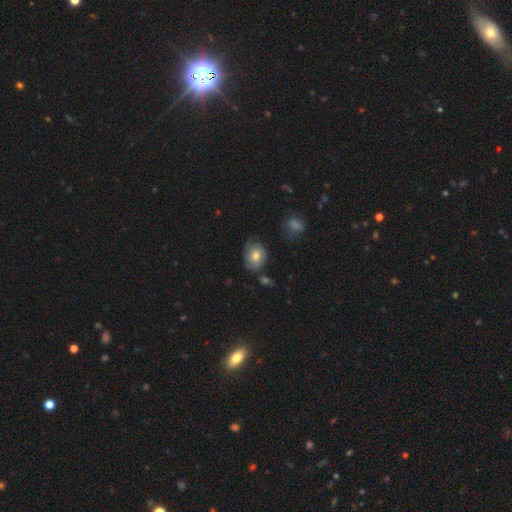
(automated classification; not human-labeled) A smooth galaxy with no disk features (61%) that is round (52%). Merging: none (59%).